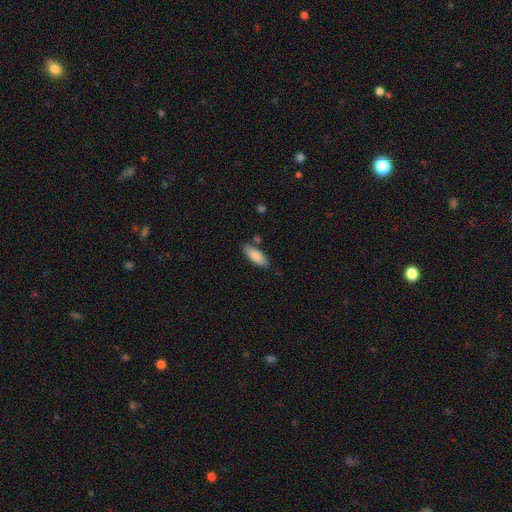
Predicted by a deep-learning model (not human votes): Smooth or featured? Predicted: smooth (p=0.84). How rounded? Predicted: in between (p=0.73). Merging? Predicted: none (p=0.81).